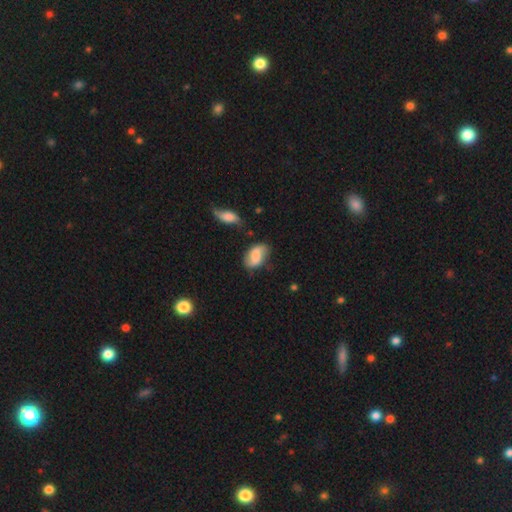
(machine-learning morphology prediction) The model was most divided on "smooth or featured": smooth: 51%, featured or disk: 40%, star or artifact: 8%. More confident: how rounded — in between (86%); merging — none (61%).